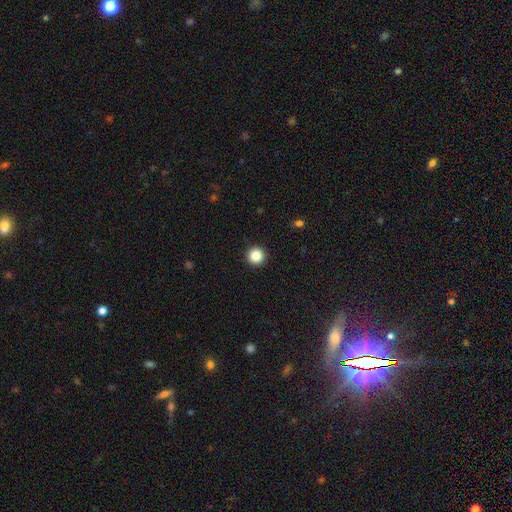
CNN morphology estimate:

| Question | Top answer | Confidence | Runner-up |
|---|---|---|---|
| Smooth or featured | smooth | 86% | star or artifact (10%) |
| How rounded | round | 96% | in between (3%) |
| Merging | none | 94% | minor disturbance (4%) |